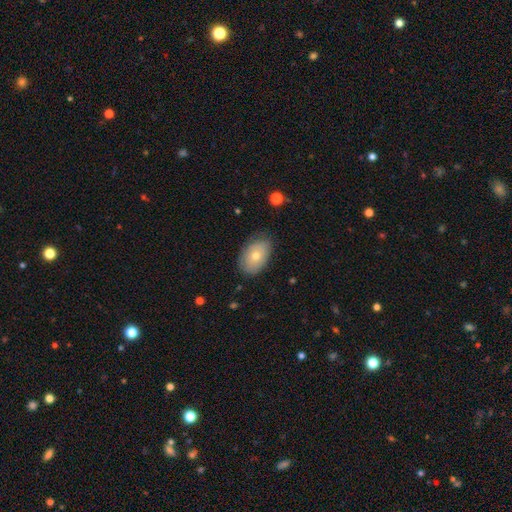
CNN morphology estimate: Q: Smooth or featured?
A: smooth (67%); runner-up: featured or disk (25%)
Q: How rounded?
A: in between (87%); runner-up: round (12%)
Q: Merging?
A: none (79%); runner-up: minor disturbance (17%)